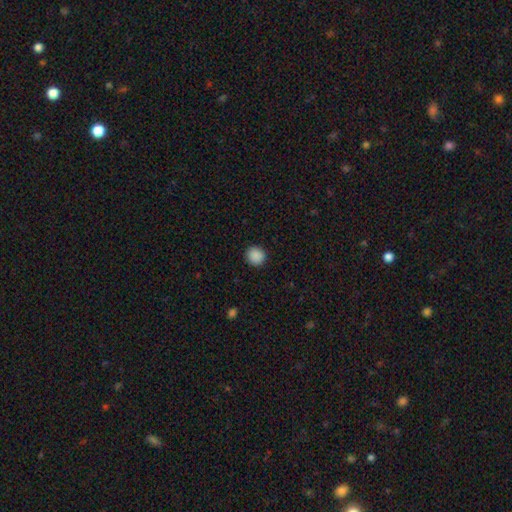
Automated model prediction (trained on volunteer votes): smooth-or-featured: smooth: 89% | star or artifact: 9% | featured or disk: 2%
  how-rounded: round: 90% | in between: 9% | cigar-shaped: 1%
  merging: none: 92% | minor disturbance: 5% | major disturbance: 2% | merger: 1%